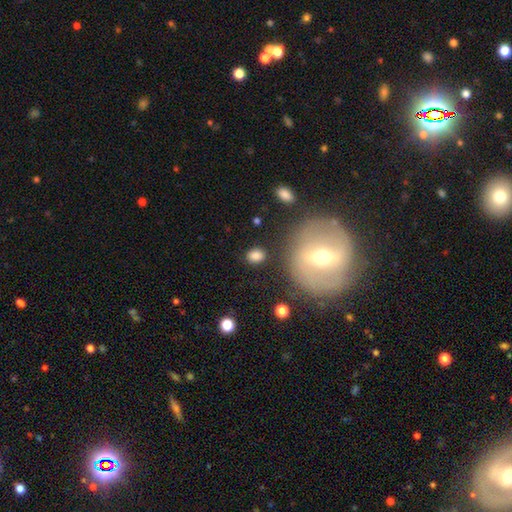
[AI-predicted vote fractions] Q: Smooth or featured?
A: smooth (81%); runner-up: star or artifact (11%)
Q: How rounded?
A: in between (57%); runner-up: round (41%)
Q: Merging?
A: none (83%); runner-up: minor disturbance (10%)